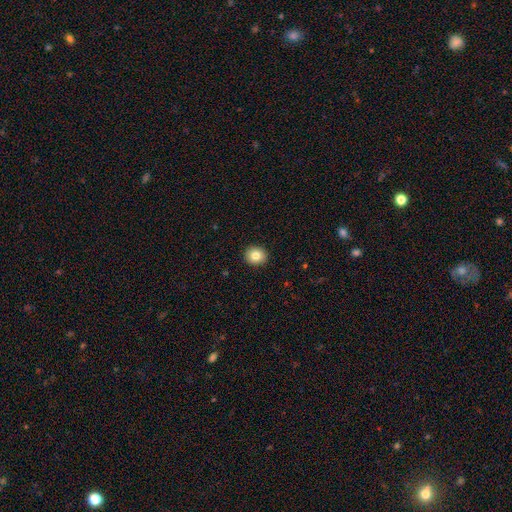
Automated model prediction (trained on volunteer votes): Smooth or featured? smooth (83%)
How rounded? round (76%)
Merging? none (92%)